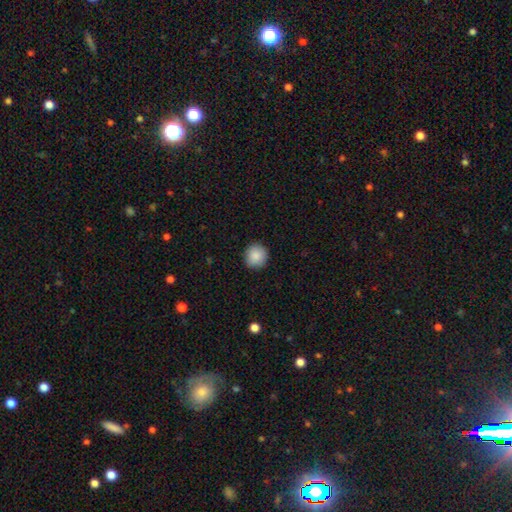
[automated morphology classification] smooth-or-featured: smooth: 88% | star or artifact: 8% | featured or disk: 4%
  how-rounded: round: 93% | in between: 6% | cigar-shaped: 1%
  merging: none: 91% | minor disturbance: 6% | major disturbance: 2% | merger: 1%